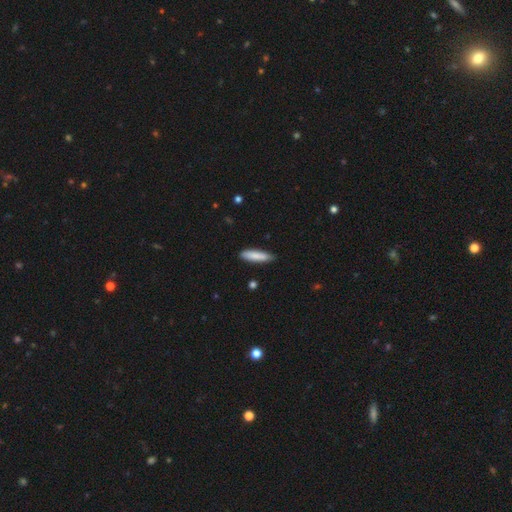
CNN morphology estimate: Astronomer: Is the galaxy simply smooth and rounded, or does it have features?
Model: smooth — 84%.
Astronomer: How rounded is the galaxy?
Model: cigar-shaped — 76%.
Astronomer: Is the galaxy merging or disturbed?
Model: none — 83%.